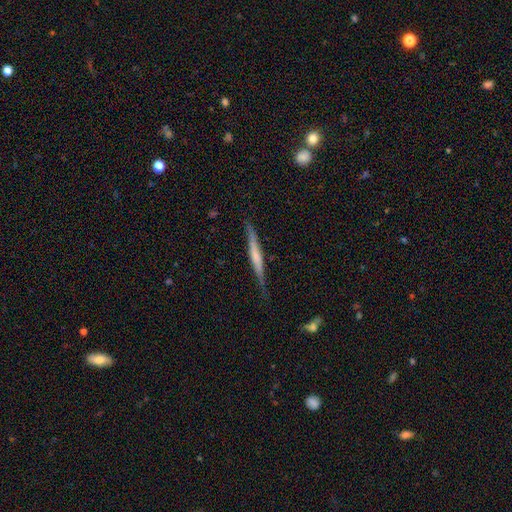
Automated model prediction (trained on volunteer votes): A featured or disk galaxy (59%) viewed edge-on (97%) with no central bulge (48%). Merging: none (82%).